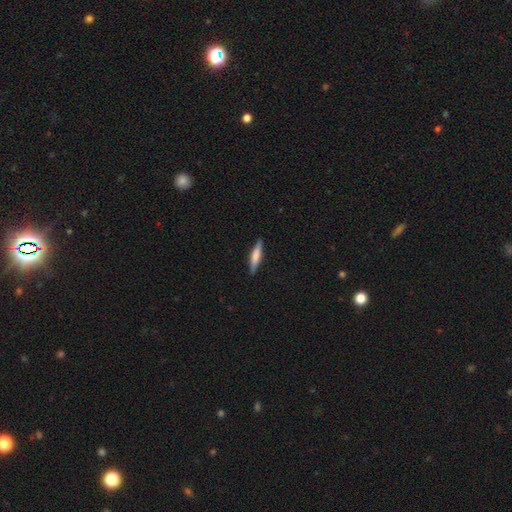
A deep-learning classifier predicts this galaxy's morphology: Q: Smooth or featured?
A: smooth (57%); runner-up: featured or disk (37%)
Q: How rounded?
A: cigar-shaped (85%); runner-up: in between (13%)
Q: Merging?
A: none (89%); runner-up: minor disturbance (8%)